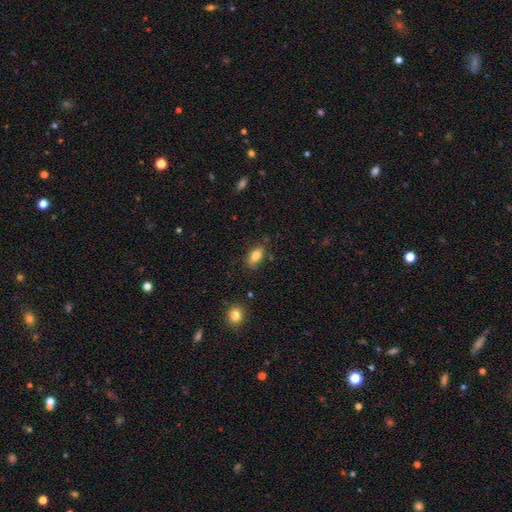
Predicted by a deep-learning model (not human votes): A smooth galaxy with no disk features (83%) that is in between round and cigar-shaped (89%). Merging: none (79%).